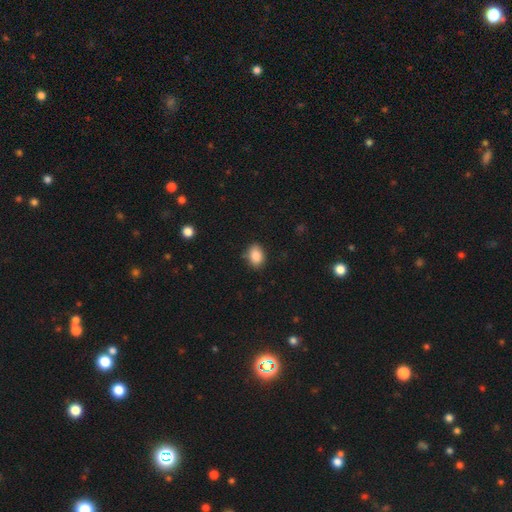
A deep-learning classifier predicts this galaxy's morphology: Smooth or featured? smooth (87%)
How rounded? in between (75%)
Merging? none (80%)